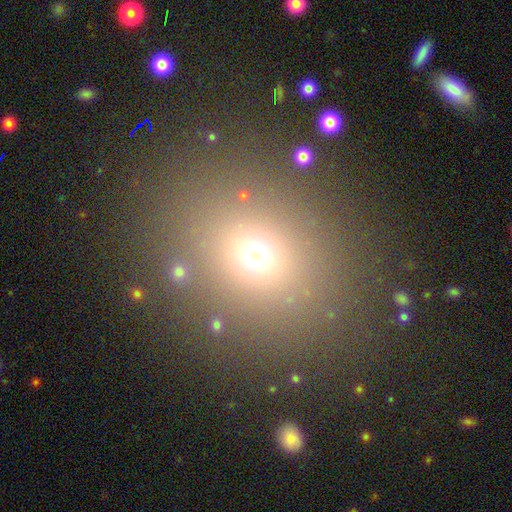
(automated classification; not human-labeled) smooth-or-featured: smooth: 66% | star or artifact: 25% | featured or disk: 9%
  how-rounded: round: 66% | in between: 33% | cigar-shaped: 1%
  merging: none: 84% | minor disturbance: 8% | major disturbance: 5% | merger: 3%